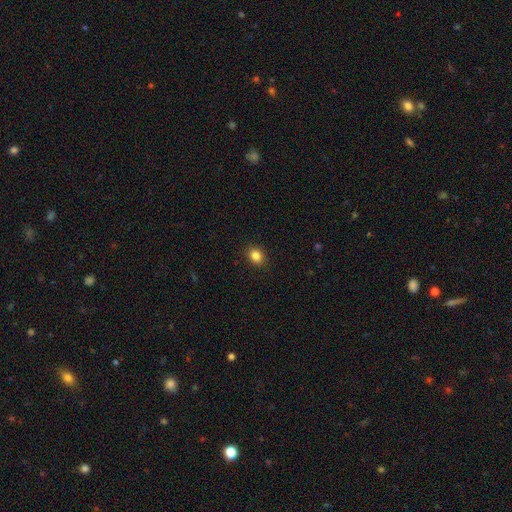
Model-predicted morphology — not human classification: type=smooth (85%); roundness=round (52%); merging=none (90%).